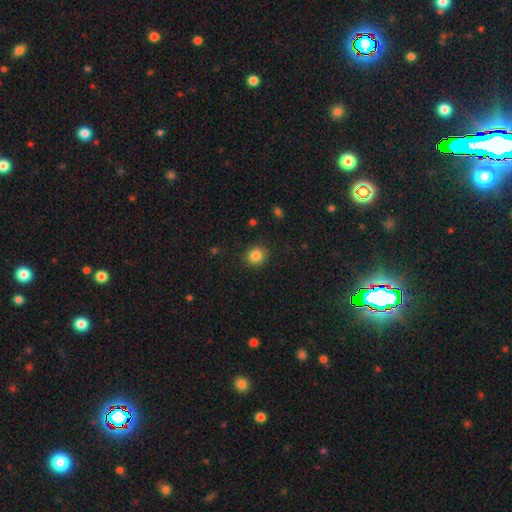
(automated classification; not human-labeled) A smooth galaxy with no disk features (86%) that is round (81%). Merging: none (89%).